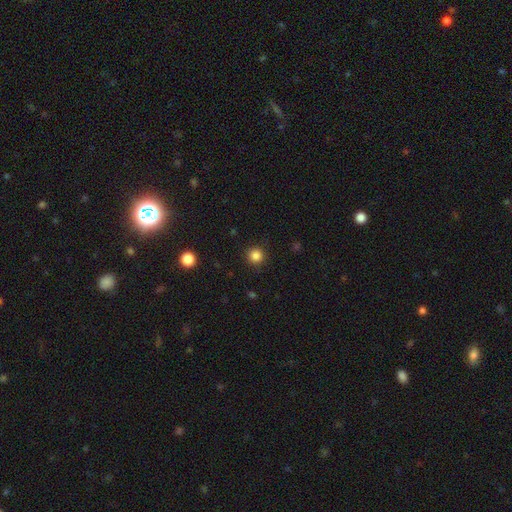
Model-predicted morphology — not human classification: type=smooth (84%); roundness=round (95%); merging=none (91%).